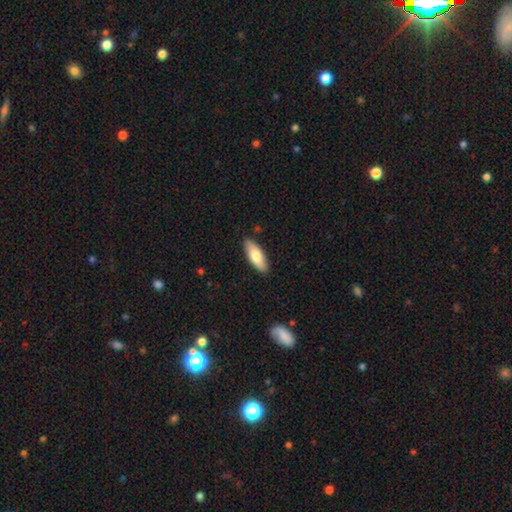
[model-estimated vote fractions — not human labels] This is likely a smooth galaxy (72%). How rounded: likely in between (73%). Merging: clearly none (87%).